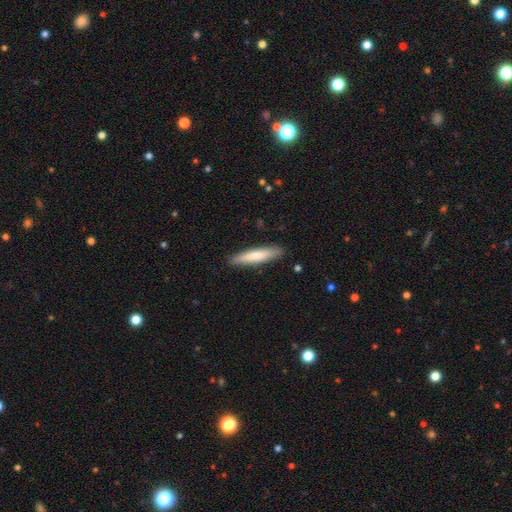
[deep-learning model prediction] A smooth galaxy with no disk features (72%) that is cigar-shaped (87%).

Vote fractions:
- Smooth or featured? smooth: 72% / featured or disk: 22% / star or artifact: 5%
- How rounded? cigar-shaped: 87% / in between: 12% / round: 1%
- Merging? none: 89% / minor disturbance: 8% / major disturbance: 2% / merger: 1%